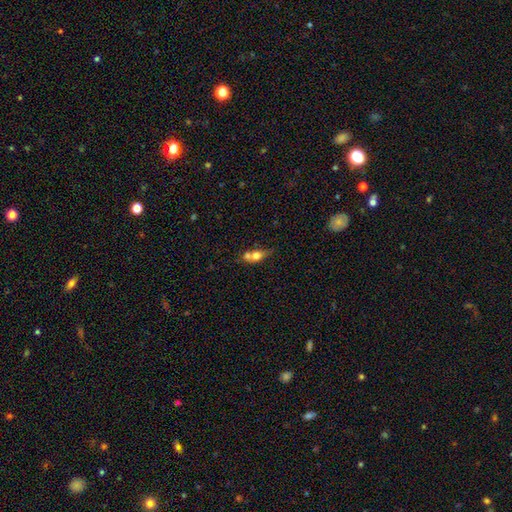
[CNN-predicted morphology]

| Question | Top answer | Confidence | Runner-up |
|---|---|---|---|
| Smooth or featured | smooth | 61% | featured or disk (29%) |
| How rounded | in between | 56% | round (29%) |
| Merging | merger | 51% | none (30%) |